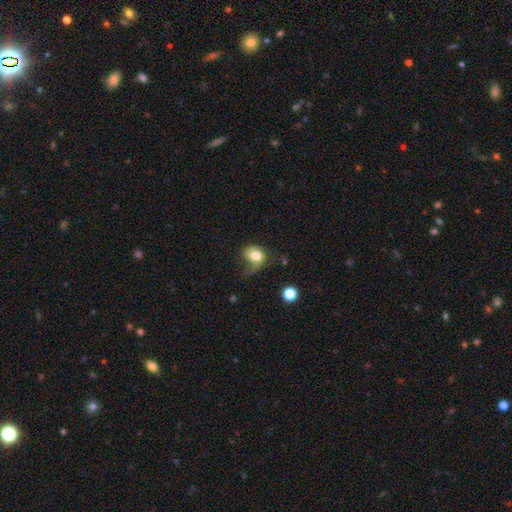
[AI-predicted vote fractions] smooth 73%, featured or disk 19%, star or artifact 9%. Down the decision tree: how rounded — round (55%); merging — major disturbance (37%).